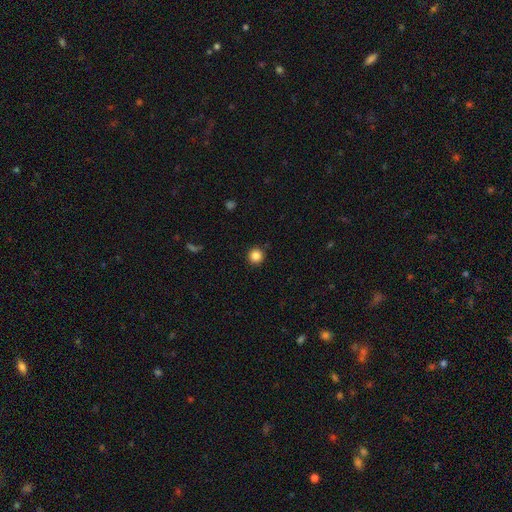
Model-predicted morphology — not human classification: smooth_or_featured: smooth (p=0.85) [alt: star or artifact p=0.11]
how_rounded: round (p=0.95) [alt: in between p=0.04]
merging: none (p=0.91) [alt: minor disturbance p=0.06]